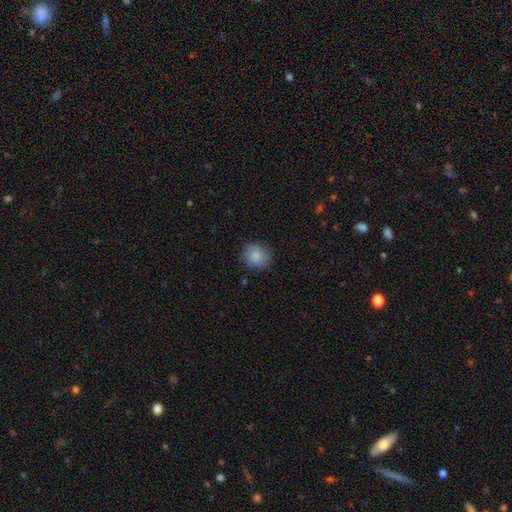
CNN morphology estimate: smooth-or-featured: smooth: 86% | star or artifact: 8% | featured or disk: 6%
  how-rounded: round: 83% | in between: 16% | cigar-shaped: 1%
  merging: none: 81% | minor disturbance: 15% | major disturbance: 3% | merger: 1%